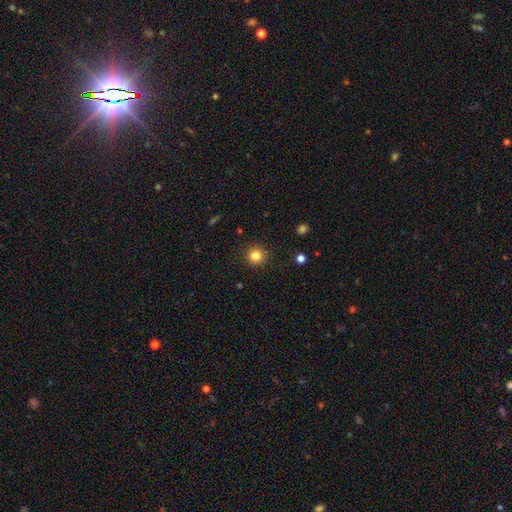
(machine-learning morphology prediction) Q: Smooth or featured?
A: smooth (83%); runner-up: star or artifact (12%)
Q: How rounded?
A: round (93%); runner-up: in between (6%)
Q: Merging?
A: none (91%); runner-up: minor disturbance (6%)